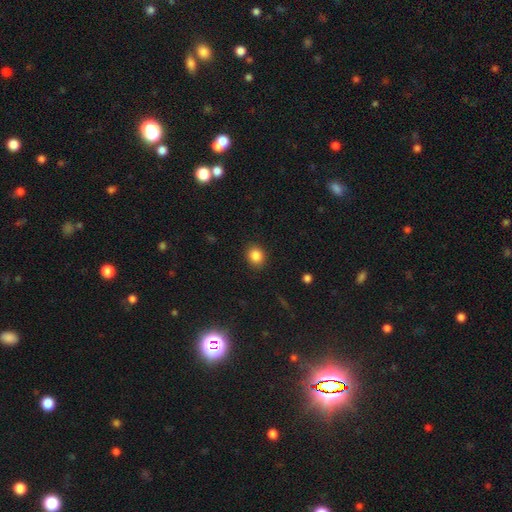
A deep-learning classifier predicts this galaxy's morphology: Smooth or featured? smooth (86%)
How rounded? round (67%)
Merging? none (89%)